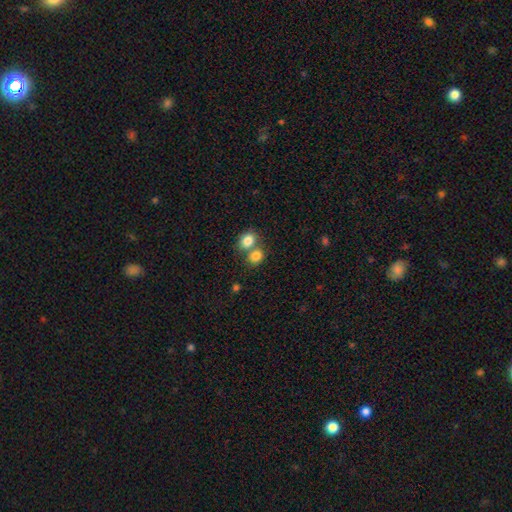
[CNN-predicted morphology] This appears to be a smooth galaxy with no disk features (82%) that is round (54%). Merging: merger (51%).